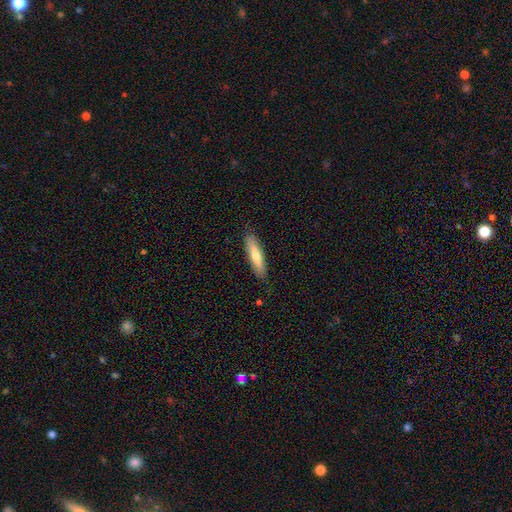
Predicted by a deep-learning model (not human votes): Smooth or featured? Predicted: smooth (p=0.61). How rounded? Predicted: cigar-shaped (p=0.75). Merging? Predicted: none (p=0.87).